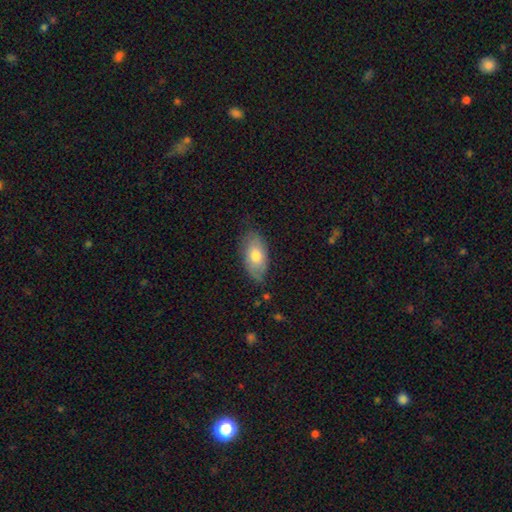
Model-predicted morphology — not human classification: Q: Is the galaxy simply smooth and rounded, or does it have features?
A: smooth — 69%.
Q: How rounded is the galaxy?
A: in between — 93%.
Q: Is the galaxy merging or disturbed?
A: none — 71%.